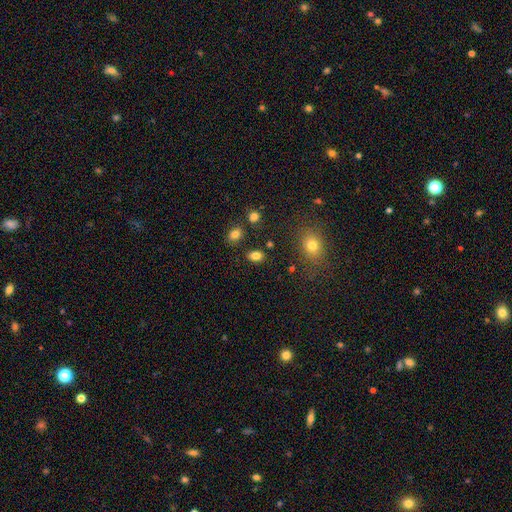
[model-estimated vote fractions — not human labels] A smooth galaxy with no disk features (83%) that is in between round and cigar-shaped (82%).

Vote fractions:
- Smooth or featured? smooth: 83% / star or artifact: 11% / featured or disk: 6%
- How rounded? in between: 82% / round: 16% / cigar-shaped: 2%
- Merging? none: 83% / minor disturbance: 10% / merger: 4% / major disturbance: 3%